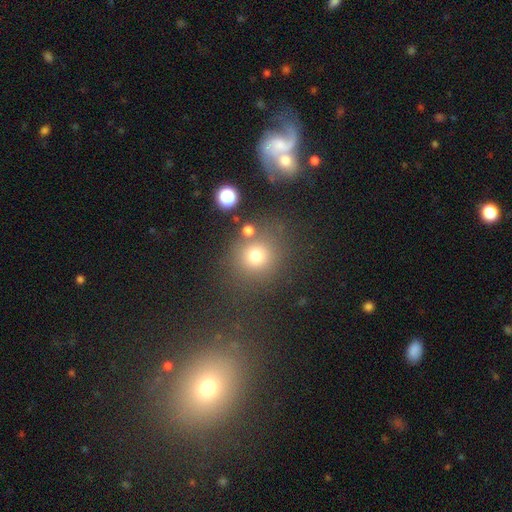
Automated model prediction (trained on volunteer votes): Smooth or featured: smooth — 73% (star or artifact — 18%)
How rounded: round — 88% (in between — 11%)
Merging: none — 74% (minor disturbance — 11%)